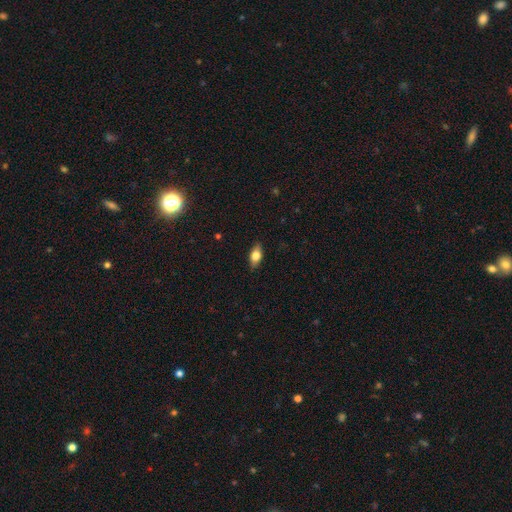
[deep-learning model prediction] Q: Smooth or featured?
A: smooth (71%); runner-up: featured or disk (22%)
Q: How rounded?
A: in between (85%); runner-up: cigar-shaped (9%)
Q: Merging?
A: none (86%); runner-up: minor disturbance (11%)